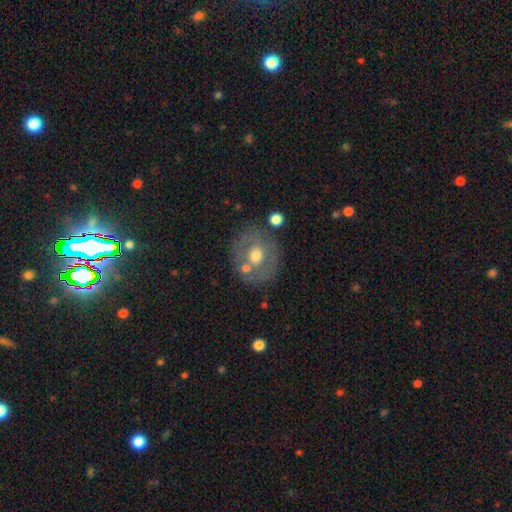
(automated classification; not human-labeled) Smooth or featured: smooth — 51% (featured or disk — 40%)
How rounded: round — 74% (in between — 25%)
Merging: none — 70% (minor disturbance — 14%)